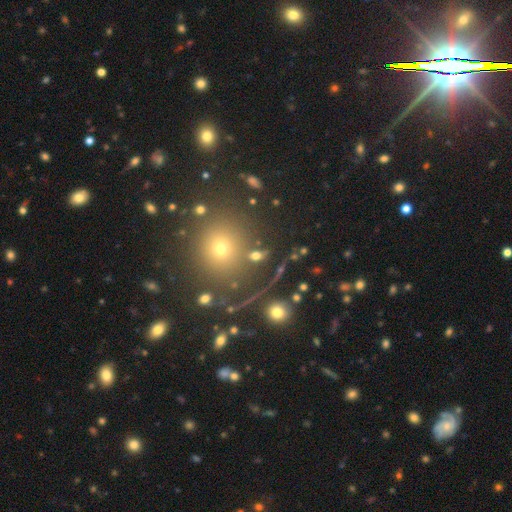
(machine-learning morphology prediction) Overall: smooth (54%; star or artifact 25%). How rounded: round (47%; in between 43%). Merging: none (72%).